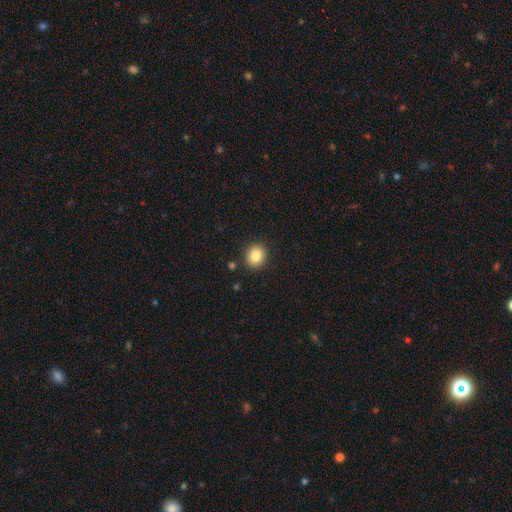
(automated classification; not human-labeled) Smooth or featured?
  - smooth: 84% *
  - star or artifact: 10%
  - featured or disk: 7%
How rounded?
  - round: 82% *
  - in between: 17%
  - cigar-shaped: 1%
Merging?
  - none: 89% *
  - minor disturbance: 7%
  - major disturbance: 2%
  - merger: 2%